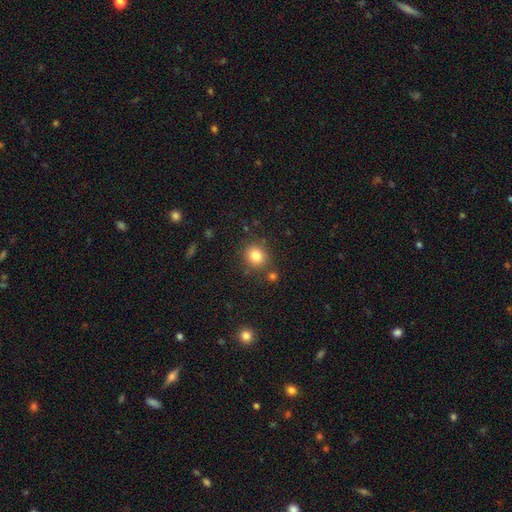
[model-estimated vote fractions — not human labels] smooth-or-featured: smooth: 82% | star or artifact: 12% | featured or disk: 7%
  how-rounded: round: 82% | in between: 17% | cigar-shaped: 1%
  merging: none: 82% | minor disturbance: 9% | merger: 6% | major disturbance: 3%